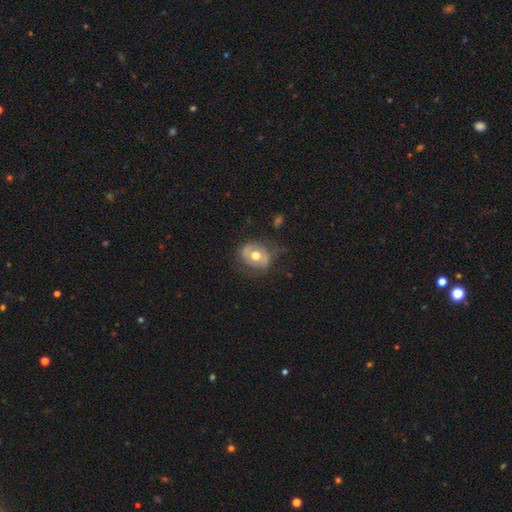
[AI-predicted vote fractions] smooth-or-featured: featured or disk: 47% | smooth: 46% | star or artifact: 7%
  merging: none: 63% | minor disturbance: 24% | major disturbance: 11% | merger: 2%